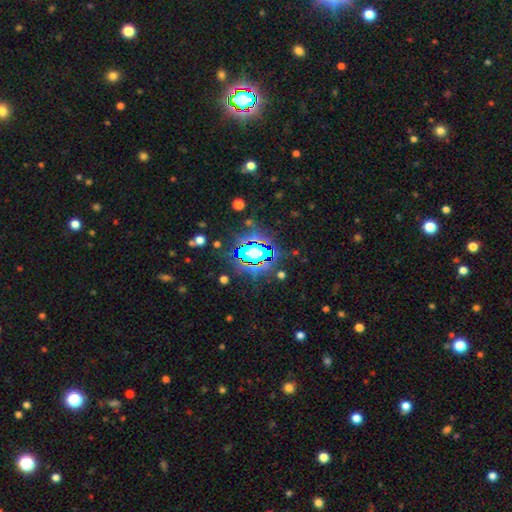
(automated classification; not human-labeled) Q: Smooth or featured?
A: star or artifact (60%); runner-up: smooth (27%)